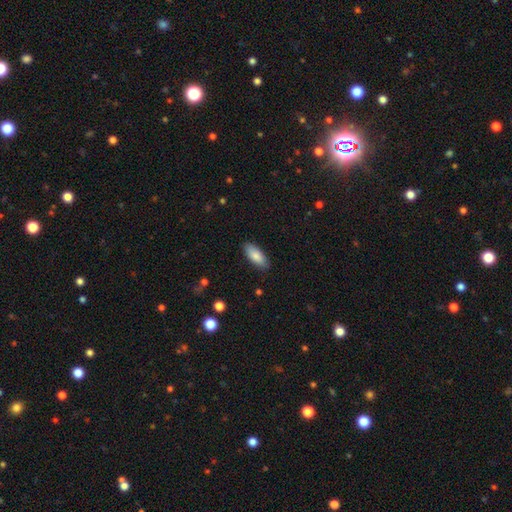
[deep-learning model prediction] Smooth or featured? smooth (85%)
How rounded? in between (82%)
Merging? none (87%)